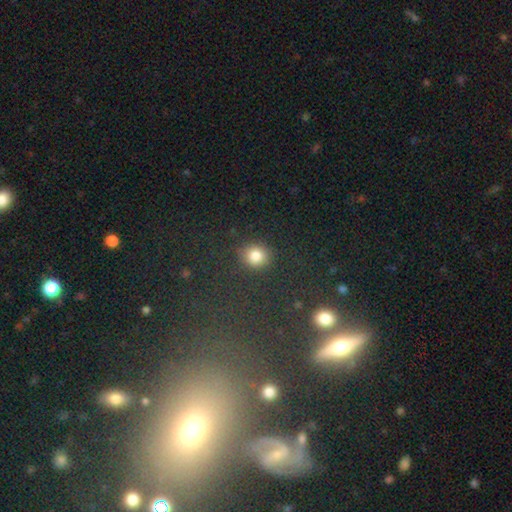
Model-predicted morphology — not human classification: Q: Smooth or featured?
A: smooth (80%); runner-up: star or artifact (14%)
Q: How rounded?
A: round (79%); runner-up: in between (19%)
Q: Merging?
A: none (84%); runner-up: minor disturbance (9%)